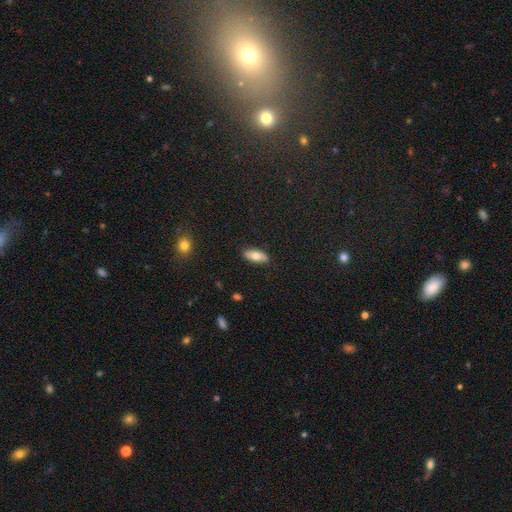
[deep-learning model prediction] smooth 73%, featured or disk 20%, star or artifact 7%. Down the decision tree: how rounded — in between (82%); merging — none (88%).